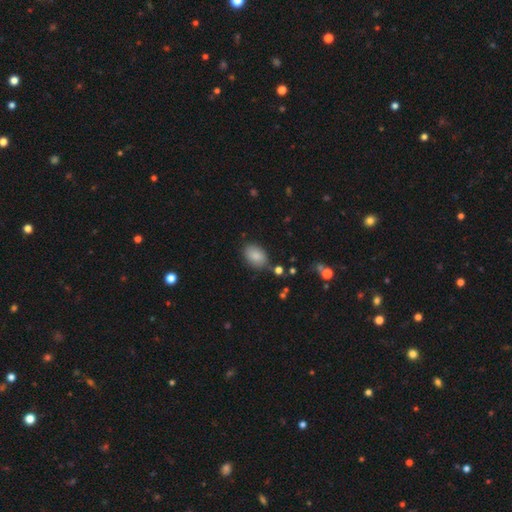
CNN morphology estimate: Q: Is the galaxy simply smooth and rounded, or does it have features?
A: smooth — 87%.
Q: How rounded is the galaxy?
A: in between — 87%.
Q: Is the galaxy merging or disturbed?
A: none — 78%.